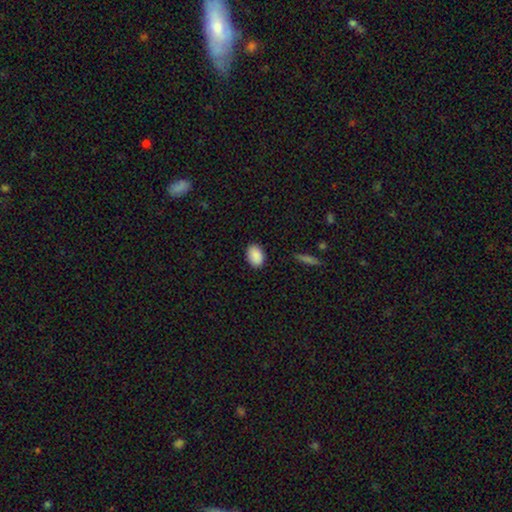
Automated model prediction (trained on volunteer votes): Overall: smooth (90%). How rounded: in between (86%). Merging: none (88%).